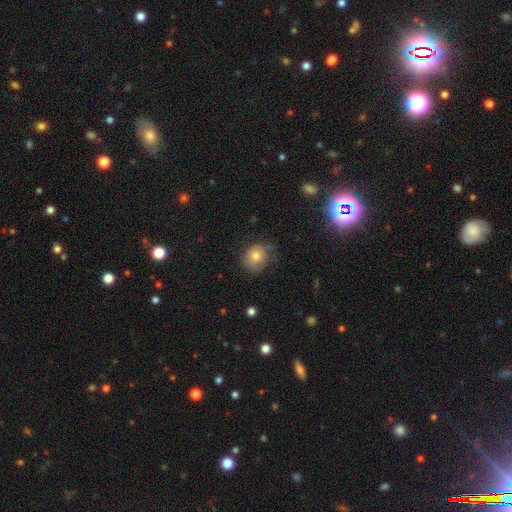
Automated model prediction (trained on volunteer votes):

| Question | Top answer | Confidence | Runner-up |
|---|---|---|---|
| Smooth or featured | smooth | 75% | featured or disk (16%) |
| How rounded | round | 70% | in between (29%) |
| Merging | none | 60% | minor disturbance (29%) |